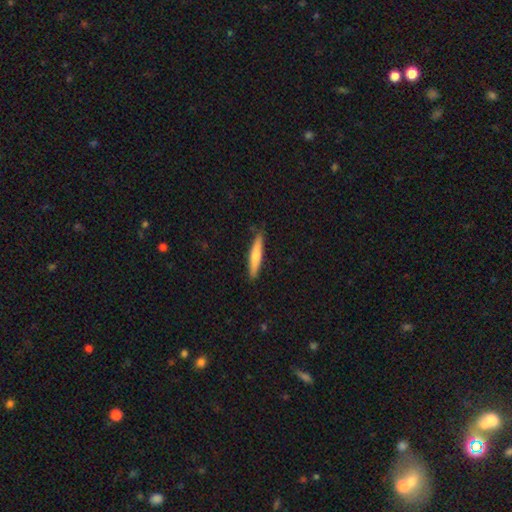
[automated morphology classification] smooth_or_featured: smooth (p=0.64) [alt: featured or disk p=0.30]
how_rounded: cigar-shaped (p=0.89) [alt: in between p=0.09]
merging: none (p=0.87) [alt: minor disturbance p=0.10]